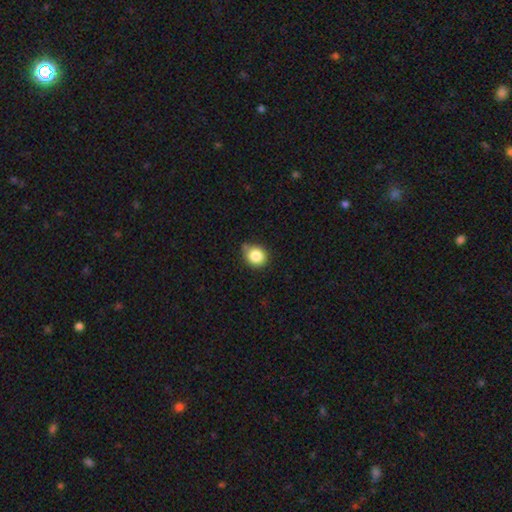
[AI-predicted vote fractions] Morphology: type=smooth (85%); roundness=round (83%); merging=none (76%).